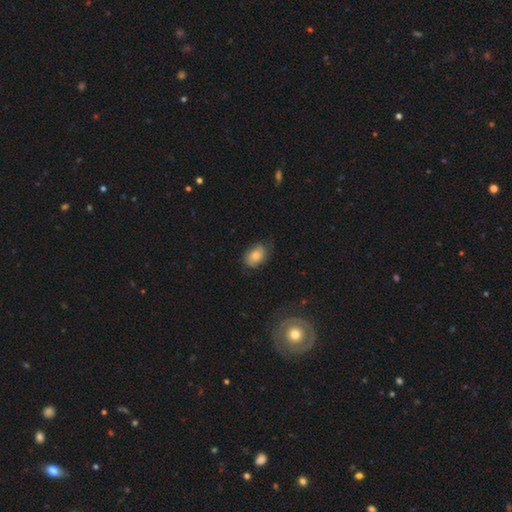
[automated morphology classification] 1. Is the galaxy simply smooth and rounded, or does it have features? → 74% smooth, 18% featured or disk, 8% star or artifact.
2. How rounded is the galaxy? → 83% in between, 16% round, 1% cigar-shaped.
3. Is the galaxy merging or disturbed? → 69% none, 24% minor disturbance, 7% major disturbance, 1% merger.